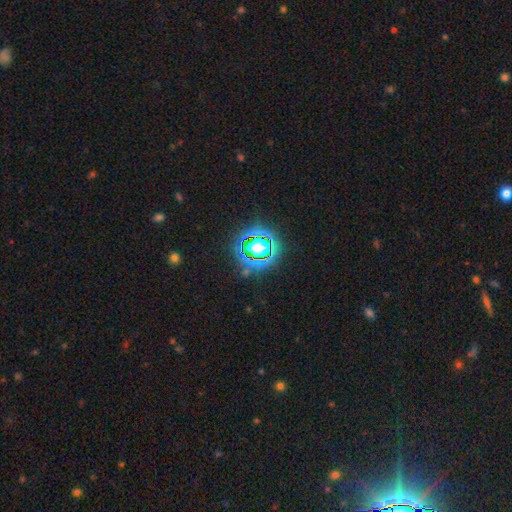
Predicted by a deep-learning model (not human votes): A star or artifact, not a galaxy (69%).